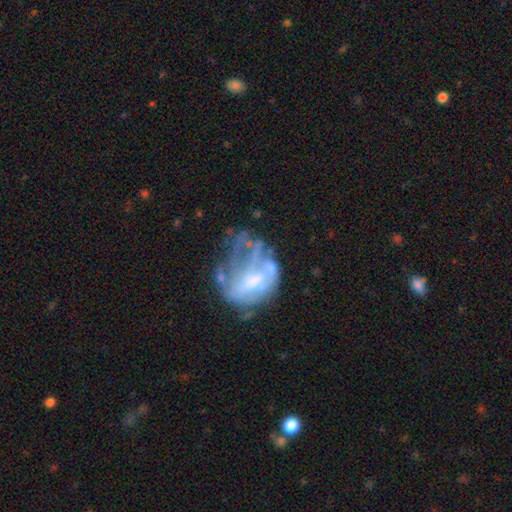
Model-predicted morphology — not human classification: smooth_or_featured: featured or disk (p=0.64) [alt: smooth p=0.24]
disk_edge_on: no (p=0.97) [alt: yes p=0.03]
bar: no (p=0.60) [alt: weak p=0.29]
has_spiral_arms: no (p=0.74) [alt: yes p=0.26]
bulge_size: moderate (p=0.36) [alt: none p=0.30]
merging: major disturbance (p=0.40) [alt: none p=0.28]